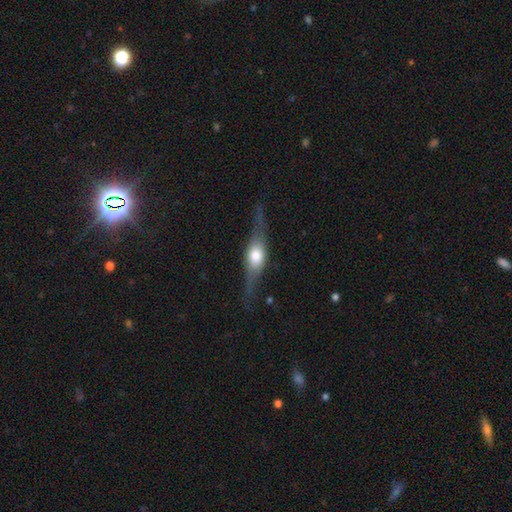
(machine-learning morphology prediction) featured or disk 66%, smooth 28%, star or artifact 6%. Down the decision tree: edge-on disk — yes (91%); edge-on bulge — rounded (91%); merging — none (76%).